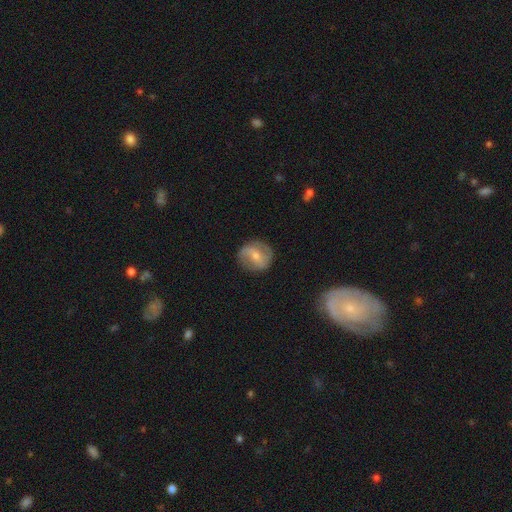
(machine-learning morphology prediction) featured or disk 55%, smooth 38%, star or artifact 7%. Down the decision tree: edge-on disk — no (96%); bar — weak (45%); spiral arms — yes (74%); bulge size — moderate (51%); merging — none (81%).